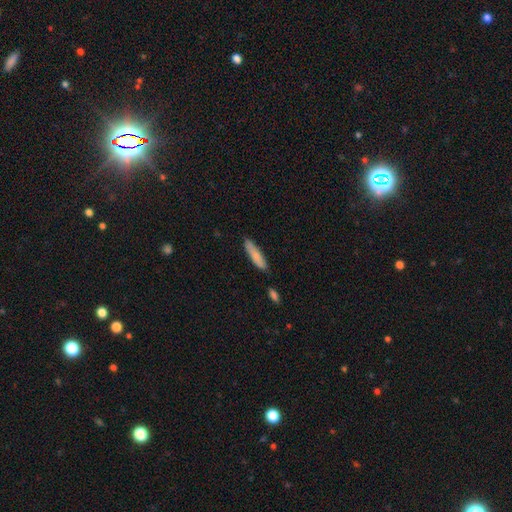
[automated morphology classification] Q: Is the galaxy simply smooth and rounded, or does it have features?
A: smooth — 81%.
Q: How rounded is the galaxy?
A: cigar-shaped — 80%.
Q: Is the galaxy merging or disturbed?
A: none — 79%.